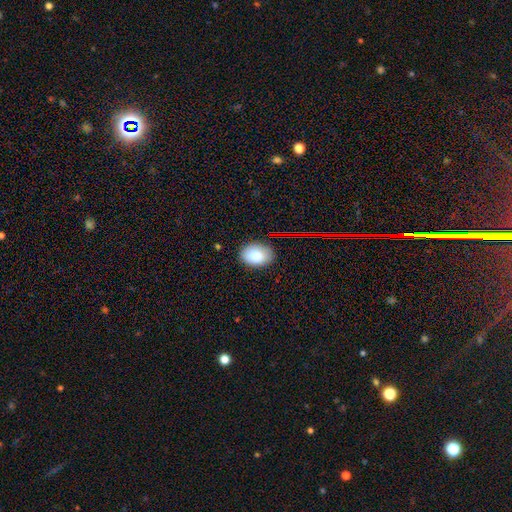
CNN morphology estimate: smooth-or-featured: smooth: 85% | star or artifact: 9% | featured or disk: 6%
  how-rounded: in between: 79% | round: 20% | cigar-shaped: 1%
  merging: none: 84% | minor disturbance: 12% | major disturbance: 3% | merger: 2%